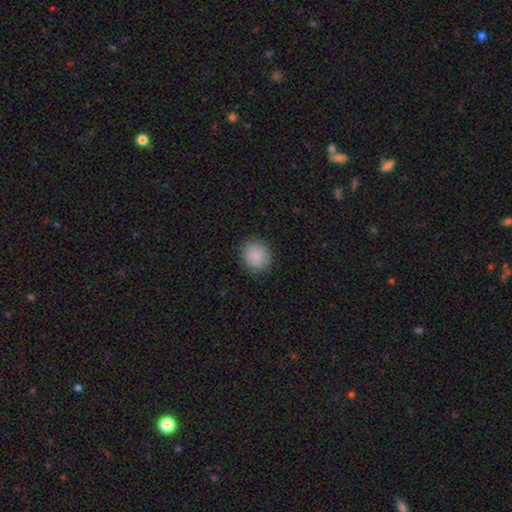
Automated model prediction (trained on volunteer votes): Morphology: type=smooth (89%); roundness=round (74%); merging=none (89%).